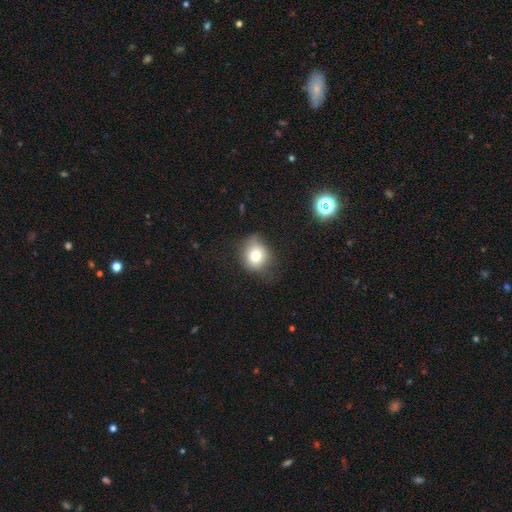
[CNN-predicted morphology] This appears to be a smooth galaxy with no disk features (74%) that is round (73%). Merging: none (61%).